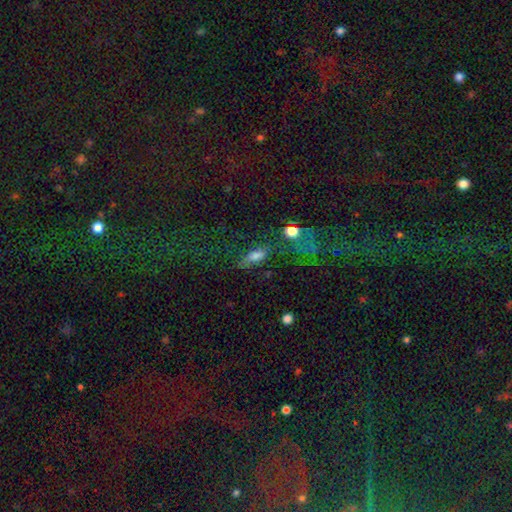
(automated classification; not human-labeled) Q: Smooth or featured?
A: smooth (64%); runner-up: featured or disk (18%)
Q: How rounded?
A: in between (57%); runner-up: cigar-shaped (34%)
Q: Merging?
A: none (54%); runner-up: minor disturbance (21%)